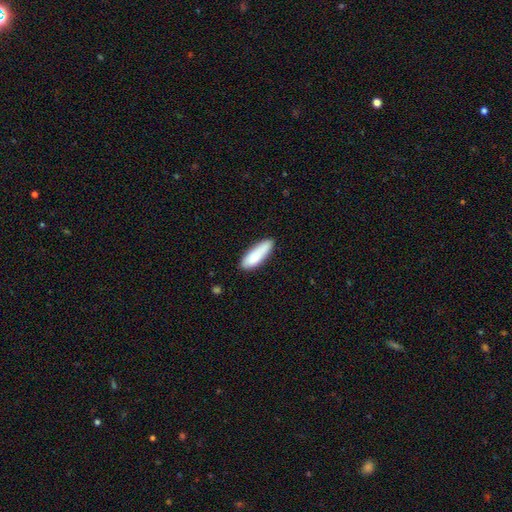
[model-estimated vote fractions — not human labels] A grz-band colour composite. It shows a smooth galaxy with no disk features (84%) that is in between round and cigar-shaped (50%). Merging: none (75%).